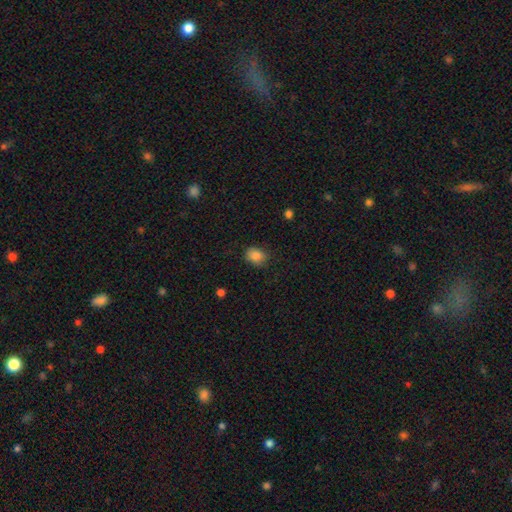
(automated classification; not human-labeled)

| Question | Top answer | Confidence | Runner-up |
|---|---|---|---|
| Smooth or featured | smooth | 85% | star or artifact (10%) |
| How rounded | in between | 54% | round (45%) |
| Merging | none | 82% | minor disturbance (14%) |